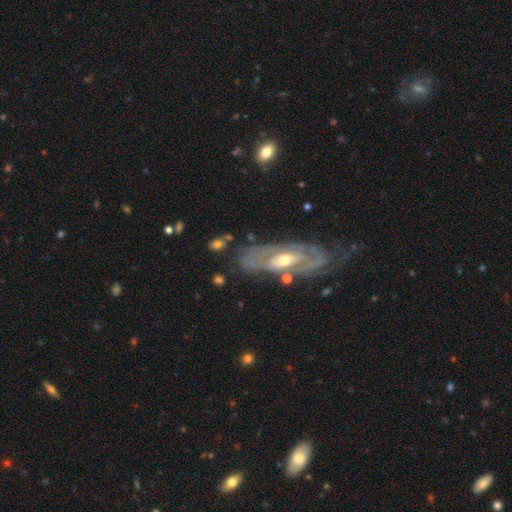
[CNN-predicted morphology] smooth-or-featured: featured or disk: 85% | smooth: 9% | star or artifact: 5%
  disk-edge-on: no: 88% | yes: 12%
    bar: no: 46% | weak: 35% | strong: 19%
    has-spiral-arms: yes: 82% | no: 18%
      spiral-winding: tight: 64% | medium: 28% | loose: 9%
      spiral-arm-count: can't tell: 41% | 2: 39% | 3: 8% | 1: 6% | 4: 4% | more than 4: 3%
    bulge-size: moderate: 55% | small: 41% | large: 3% | none: 1% | dominant: 1%
  merging: none: 67% | minor disturbance: 19% | major disturbance: 10% | merger: 3%